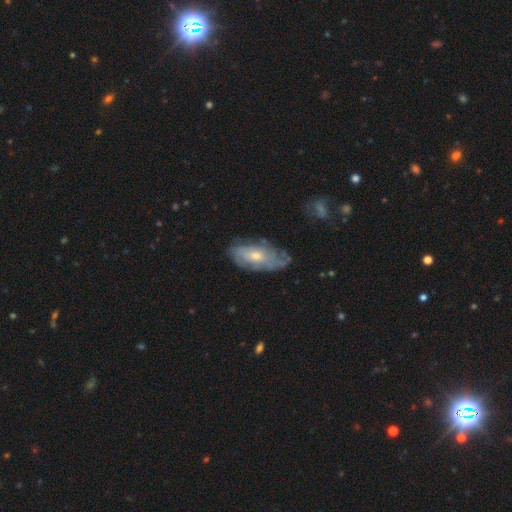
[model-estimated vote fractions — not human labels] Morphology: type=featured or disk (63%); edge-on=no (88%); bar=no (79%); spiral arms=yes (72%); bulge=small (48%); merging=none (62%).